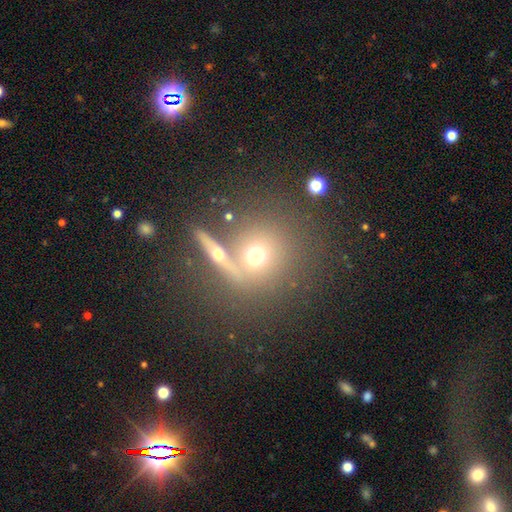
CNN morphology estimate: A smooth galaxy with no disk features (57%) that is round (86%).

Vote fractions:
- Smooth or featured? smooth: 57% / featured or disk: 28% / star or artifact: 15%
- How rounded? round: 86% / in between: 11% / cigar-shaped: 3%
- Merging? none: 61% / merger: 24% / minor disturbance: 10% / major disturbance: 6%